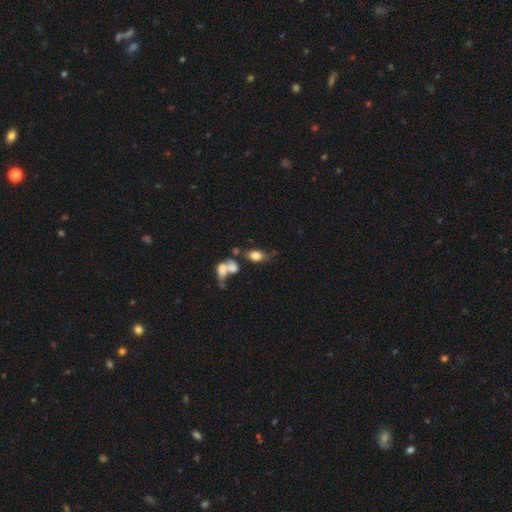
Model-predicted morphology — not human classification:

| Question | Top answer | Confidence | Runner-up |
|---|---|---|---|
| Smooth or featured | smooth | 75% | featured or disk (16%) |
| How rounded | in between | 86% | round (11%) |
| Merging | none | 40% | merger (33%) |